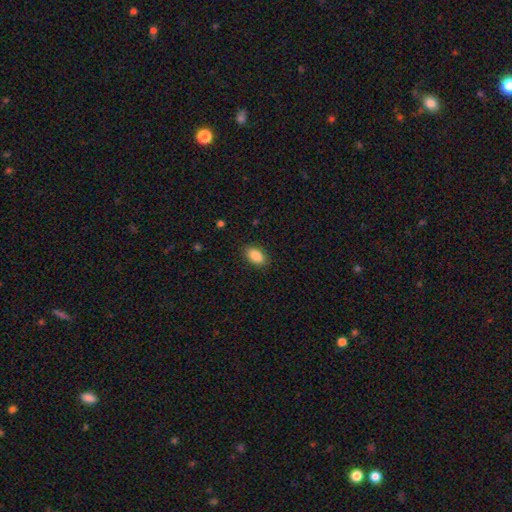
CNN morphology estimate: The model was most divided on "merging": none: 87%, minor disturbance: 9%, major disturbance: 2%, merger: 1%. More confident: how rounded — in between (91%); smooth or featured — smooth (87%).